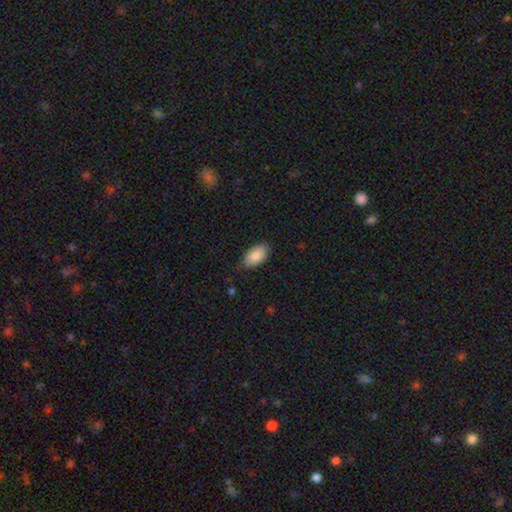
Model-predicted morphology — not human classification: A smooth galaxy with no disk features (86%) that is in between round and cigar-shaped (94%).

Vote fractions:
- Smooth or featured? smooth: 86% / featured or disk: 7% / star or artifact: 7%
- How rounded? in between: 94% / round: 3% / cigar-shaped: 2%
- Merging? none: 76% / minor disturbance: 19% / major disturbance: 3% / merger: 1%